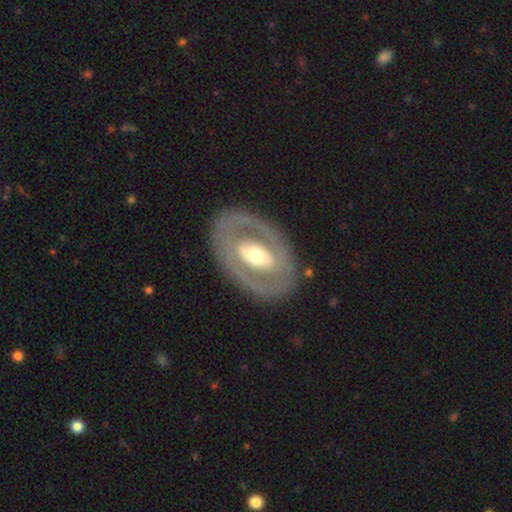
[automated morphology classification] A featured or disk galaxy (70%) with no bar (42%), no spiral arms (73%) and a moderate central bulge (62%). Merging: none (81%).